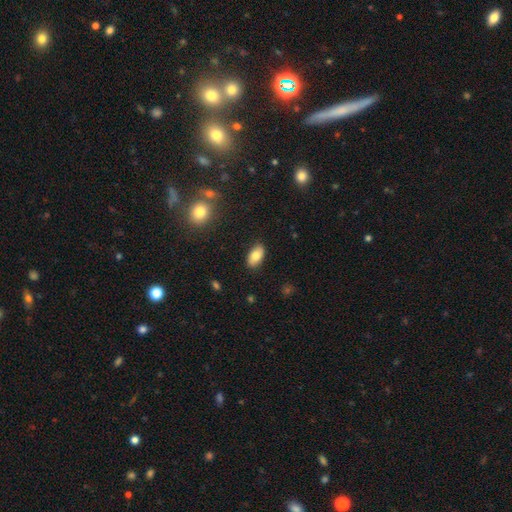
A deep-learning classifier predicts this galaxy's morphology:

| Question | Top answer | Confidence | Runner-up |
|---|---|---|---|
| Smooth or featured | smooth | 80% | featured or disk (13%) |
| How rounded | in between | 93% | round (4%) |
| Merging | none | 88% | minor disturbance (9%) |